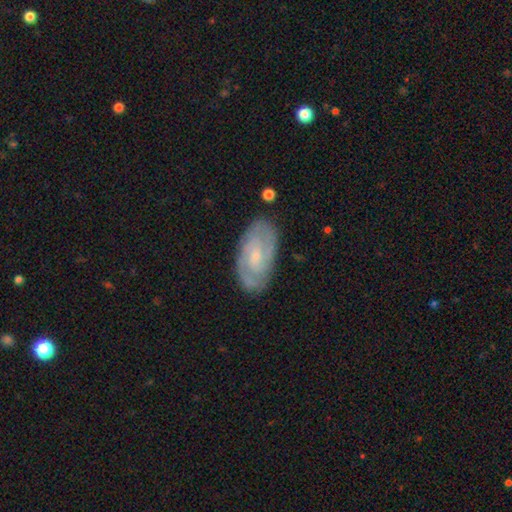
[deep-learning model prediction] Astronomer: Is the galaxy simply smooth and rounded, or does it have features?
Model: featured or disk — 76%.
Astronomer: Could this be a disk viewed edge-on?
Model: no — 95%.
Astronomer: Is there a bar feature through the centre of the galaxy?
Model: no — 51% (runner-up: weak, 42%).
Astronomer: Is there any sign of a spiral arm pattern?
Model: yes — 92%.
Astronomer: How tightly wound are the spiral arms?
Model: tight — 52% (runner-up: medium, 38%).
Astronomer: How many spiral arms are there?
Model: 2 — 56%.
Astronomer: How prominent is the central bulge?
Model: small — 66%.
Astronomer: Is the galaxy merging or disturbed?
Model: none — 80%.